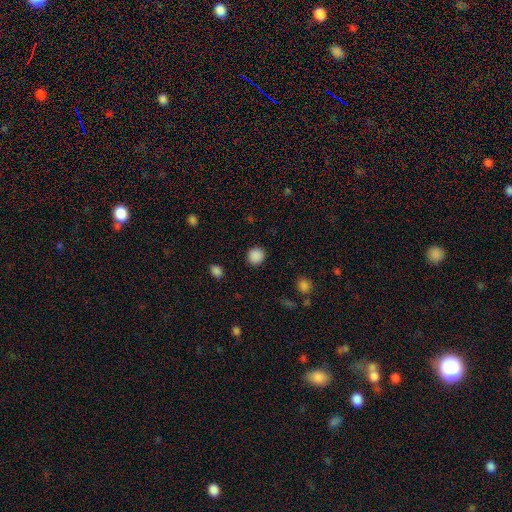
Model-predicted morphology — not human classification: A smooth galaxy with no disk features (88%) that is round (91%).

Vote fractions:
- Smooth or featured? smooth: 88% / star or artifact: 10% / featured or disk: 2%
- How rounded? round: 91% / in between: 8% / cigar-shaped: 1%
- Merging? none: 91% / minor disturbance: 6% / major disturbance: 2% / merger: 1%